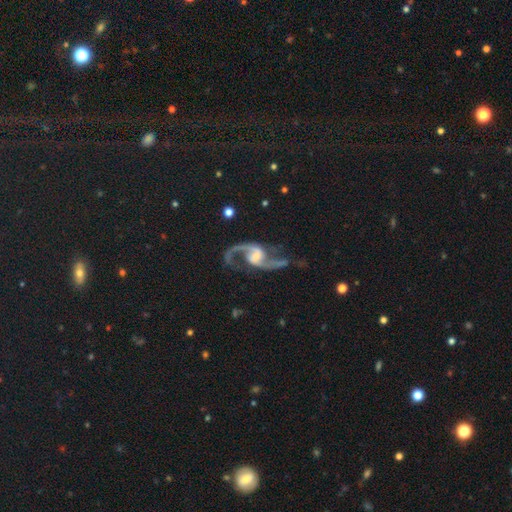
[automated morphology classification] The model was most divided on "bulge size": small: 45%, moderate: 38%, large: 8%, none: 8%, dominant: 2%. Remaining: spiral arms — yes (98%); edge-on disk — no (98%); spiral arm count — 2 (94%); smooth or featured — featured or disk (93%); merging — none (72%); spiral winding — loose (68%); bar — weak (45%).